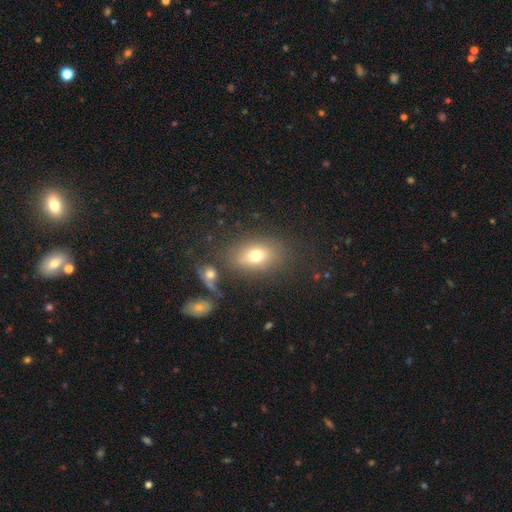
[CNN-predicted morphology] A smooth galaxy with no disk features (72%) that is in between round and cigar-shaped (75%). Merging: none (75%).